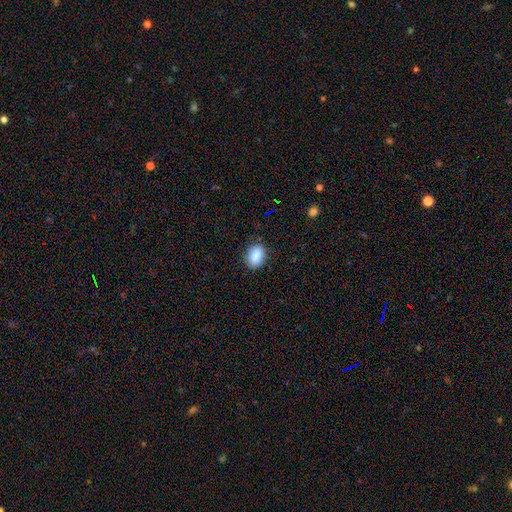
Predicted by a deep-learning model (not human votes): This is clearly a smooth galaxy (88%). How rounded: likely in between (78%). Merging: clearly none (84%).